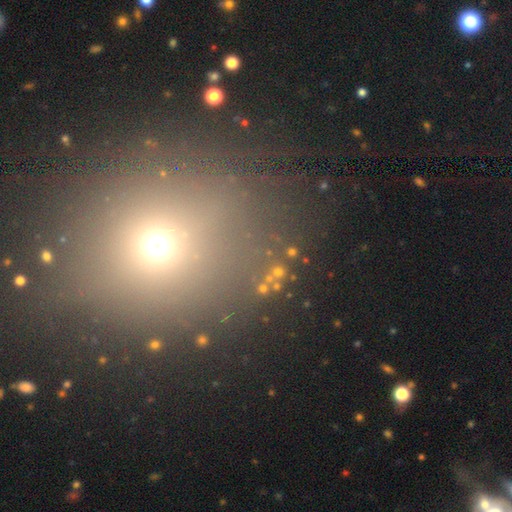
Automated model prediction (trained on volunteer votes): Morphology: type=smooth (49%); merging=none (84%).